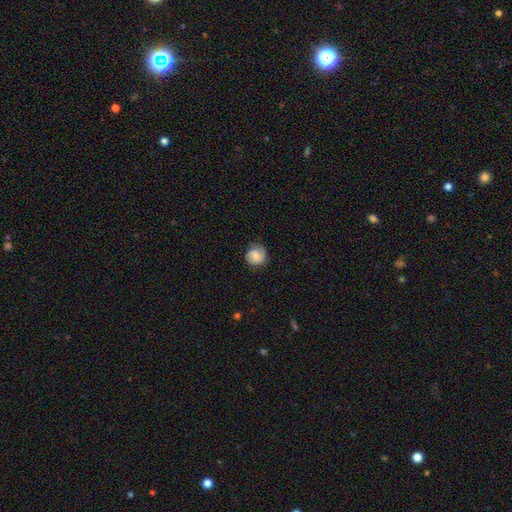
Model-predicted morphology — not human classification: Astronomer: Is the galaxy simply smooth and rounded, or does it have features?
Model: smooth — 53% (runner-up: featured or disk, 39%).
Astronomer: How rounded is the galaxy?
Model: round — 86%.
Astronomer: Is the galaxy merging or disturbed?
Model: none — 75%.